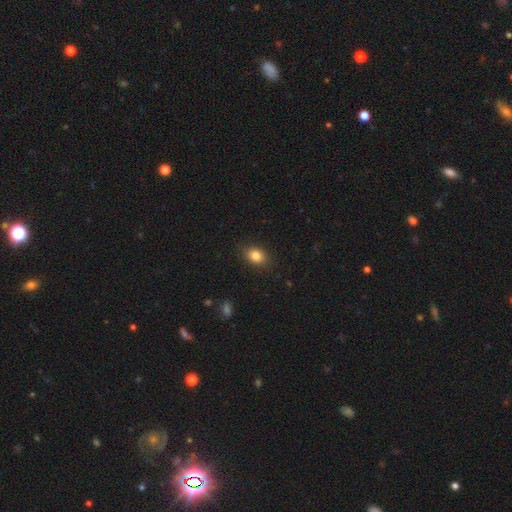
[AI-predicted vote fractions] This is clearly a smooth galaxy (84%). How rounded: likely in between (72%). Merging: clearly none (86%).